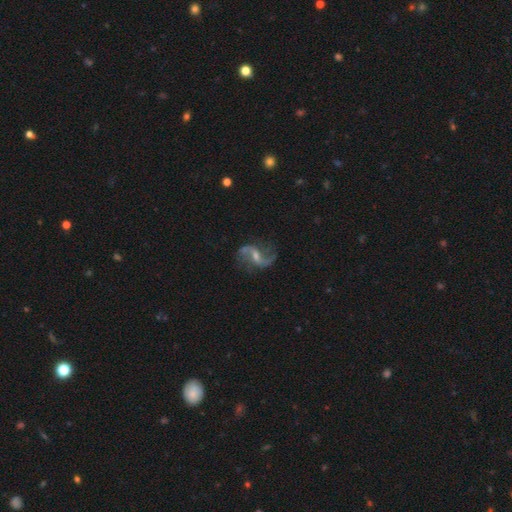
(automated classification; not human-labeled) featured or disk 89%, star or artifact 6%, smooth 5%. Down the decision tree: edge-on disk — no (97%); bar — weak (49%); spiral arms — yes (96%); spiral arm count — 2 (91%); spiral winding — loose (77%); bulge size — small (52%); merging — none (73%).